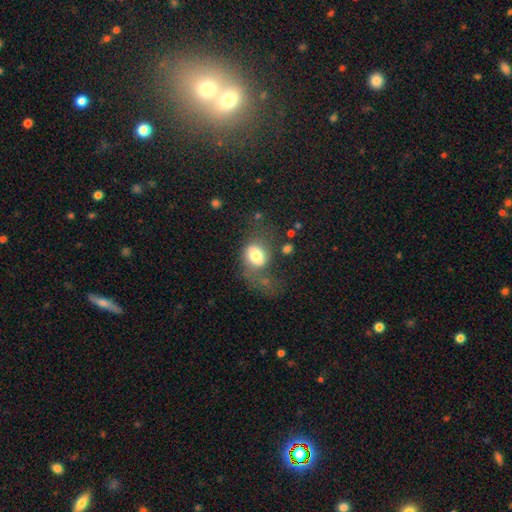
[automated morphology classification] This appears to be a smooth galaxy with no disk features (69%) that is in between round and cigar-shaped (58%). Merging: major disturbance (40%).